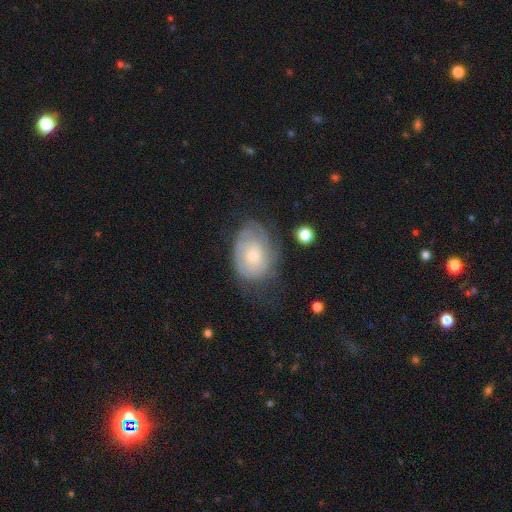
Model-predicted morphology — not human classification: Q: Smooth or featured?
A: featured or disk (56%); runner-up: smooth (32%)
Q: Edge-on disk?
A: no (95%); runner-up: yes (5%)
Q: Bar?
A: no (79%); runner-up: weak (18%)
Q: Spiral arms?
A: yes (77%); runner-up: no (23%)
Q: Bulge size?
A: moderate (52%); runner-up: small (38%)
Q: Merging?
A: none (62%); runner-up: minor disturbance (25%)